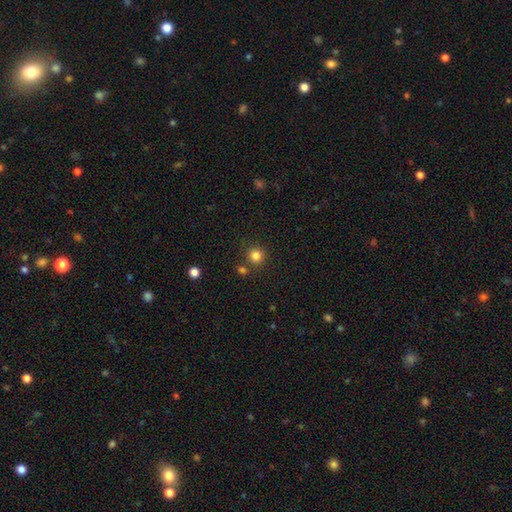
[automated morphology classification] Smooth or featured? Predicted: smooth (p=0.83). How rounded? Predicted: round (p=0.93). Merging? Predicted: none (p=0.81).